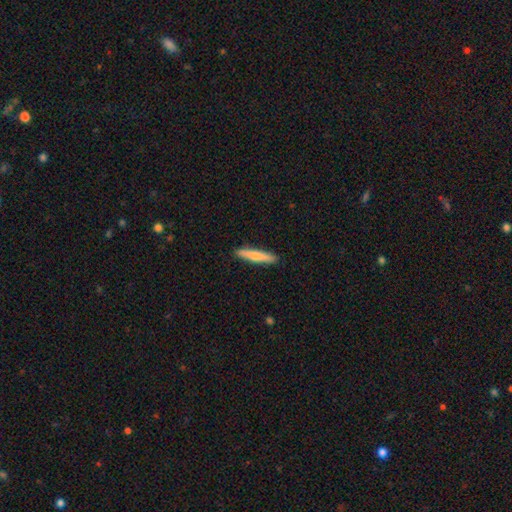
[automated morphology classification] Smooth or featured: smooth — 66% (featured or disk — 29%)
How rounded: cigar-shaped — 91% (in between — 7%)
Merging: none — 91% (minor disturbance — 7%)